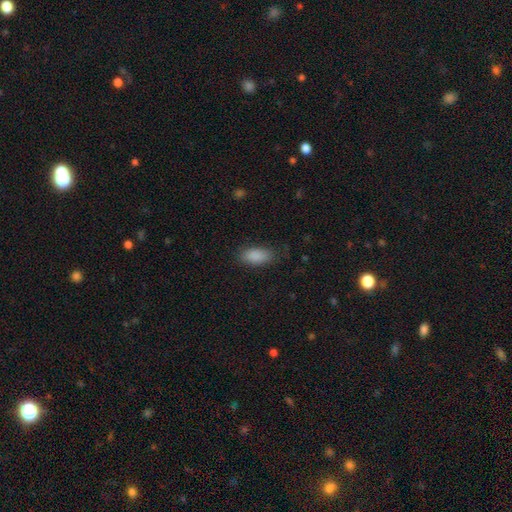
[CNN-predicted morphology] Smooth or featured: smooth — 89% (star or artifact — 7%)
How rounded: in between — 90% (cigar-shaped — 7%)
Merging: none — 79% (minor disturbance — 15%)